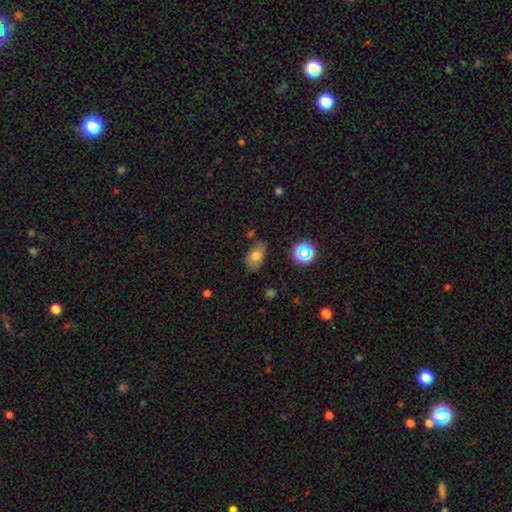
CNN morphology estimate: This appears to be a smooth galaxy with no disk features (72%) that is in between round and cigar-shaped (89%). Merging: none (70%).